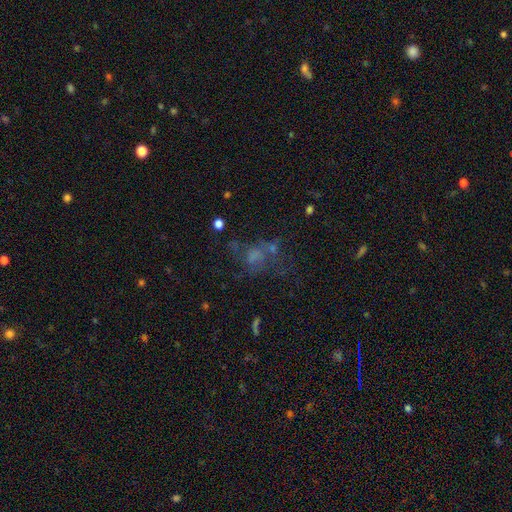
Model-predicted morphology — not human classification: The model was most divided on "smooth or featured": smooth: 38%, featured or disk: 36%, star or artifact: 25%. Remaining: merging — none (37%).